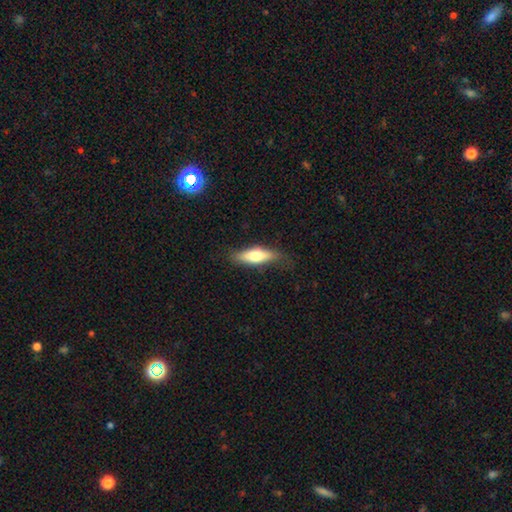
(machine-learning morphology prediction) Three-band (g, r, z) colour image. It shows a smooth galaxy with no disk features (65%) that is in between round and cigar-shaped (49%). Merging: none (74%).